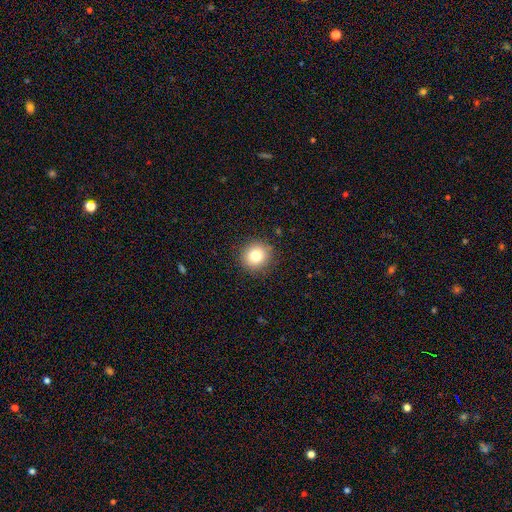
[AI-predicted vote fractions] This is clearly a smooth galaxy (80%). How rounded: clearly round (92%). Merging: clearly none (90%).